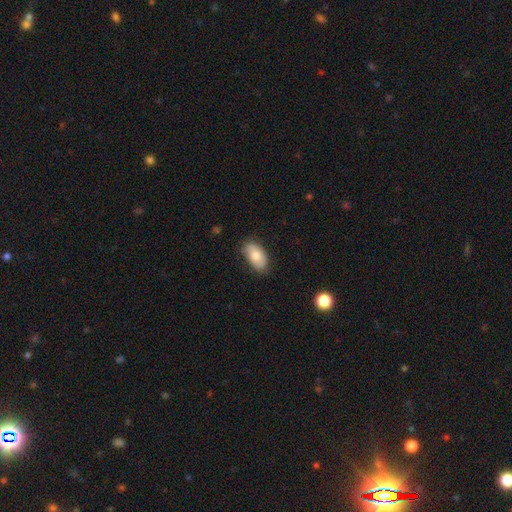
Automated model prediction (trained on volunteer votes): This is likely a smooth galaxy (77%). How rounded: clearly in between (94%). Merging: likely none (77%).